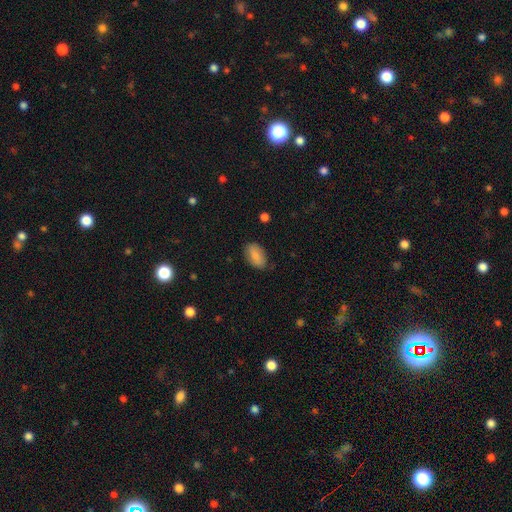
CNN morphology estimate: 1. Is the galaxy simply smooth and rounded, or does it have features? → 83% smooth, 10% featured or disk, 7% star or artifact.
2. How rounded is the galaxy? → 92% in between, 5% round, 3% cigar-shaped.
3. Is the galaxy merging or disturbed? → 80% none, 15% minor disturbance, 3% major disturbance, 1% merger.